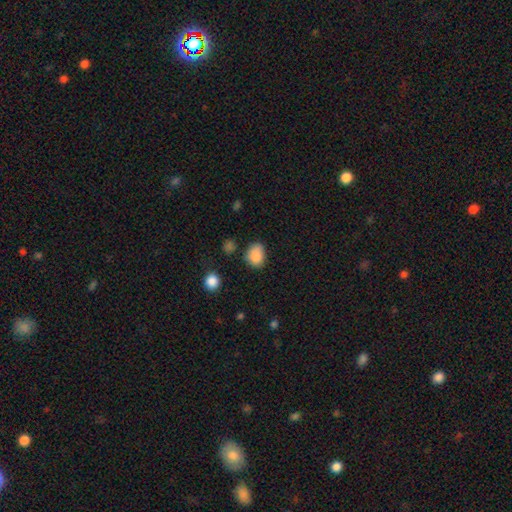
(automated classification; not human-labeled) Morphology: type=smooth (85%); roundness=in between (61%); merging=none (58%).